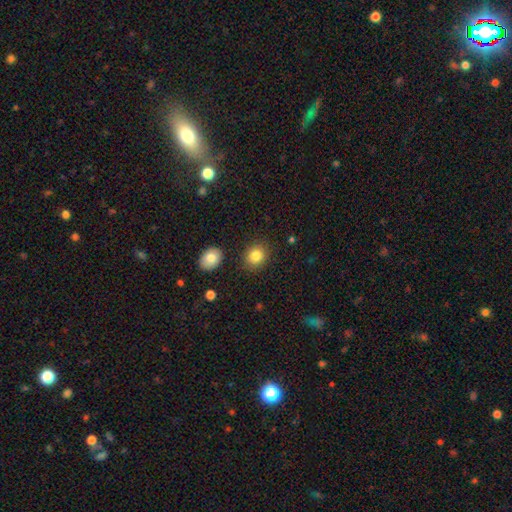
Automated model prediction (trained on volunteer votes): This is clearly a smooth galaxy (84%). How rounded: likely round (67%). Merging: clearly none (85%).